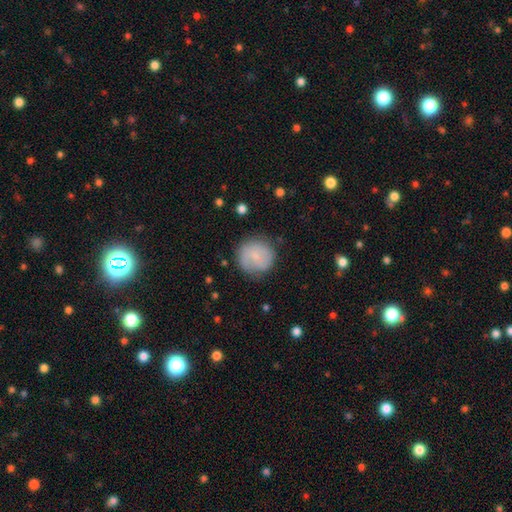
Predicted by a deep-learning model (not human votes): smooth-or-featured: smooth: 66% | featured or disk: 26% | star or artifact: 8%
  how-rounded: round: 92% | in between: 7% | cigar-shaped: 1%
  merging: none: 78% | minor disturbance: 15% | major disturbance: 5% | merger: 1%